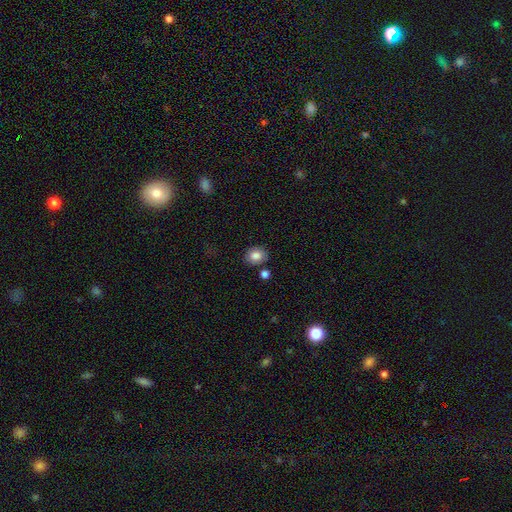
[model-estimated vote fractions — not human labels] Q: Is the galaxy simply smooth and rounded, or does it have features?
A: smooth — 83%.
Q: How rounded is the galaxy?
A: round — 59%.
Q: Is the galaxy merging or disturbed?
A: none — 81%.